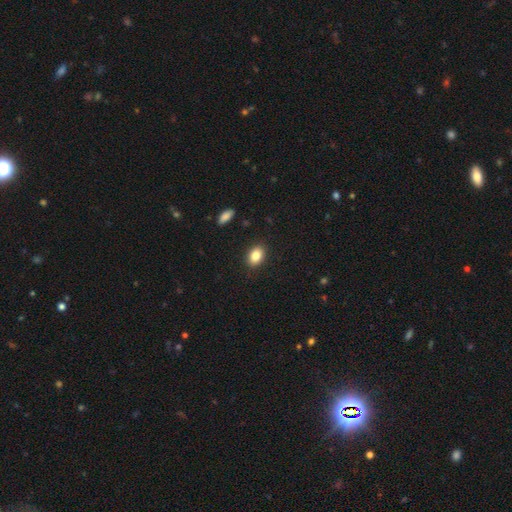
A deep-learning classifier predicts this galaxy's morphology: This appears to be a smooth galaxy with no disk features (85%) that is in between round and cigar-shaped (80%). Merging: none (88%).